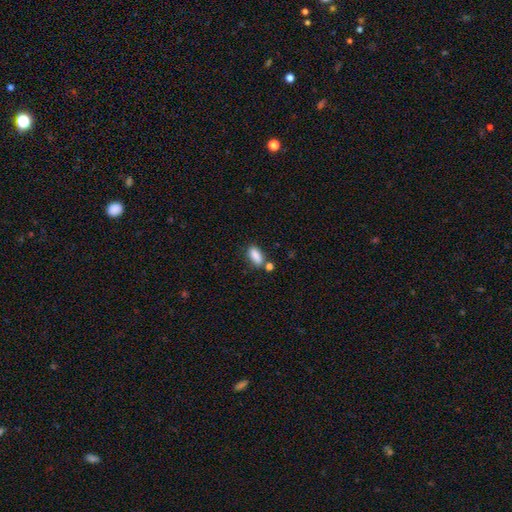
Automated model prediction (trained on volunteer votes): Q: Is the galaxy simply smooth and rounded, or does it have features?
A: smooth — 87%.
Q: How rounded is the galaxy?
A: in between — 85%.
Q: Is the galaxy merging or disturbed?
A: none — 62%.